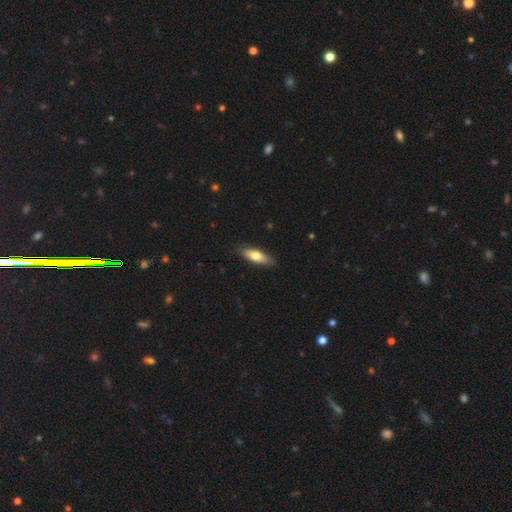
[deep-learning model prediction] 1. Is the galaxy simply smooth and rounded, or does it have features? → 66% smooth, 28% featured or disk, 6% star or artifact.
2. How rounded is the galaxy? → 58% in between, 40% cigar-shaped, 2% round.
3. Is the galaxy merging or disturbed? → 86% none, 11% minor disturbance, 2% major disturbance, 1% merger.